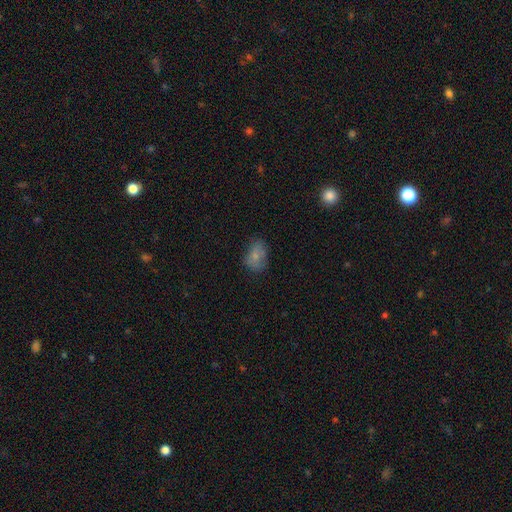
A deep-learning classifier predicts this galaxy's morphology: smooth 74%, featured or disk 15%, star or artifact 11%. Down the decision tree: how rounded — in between (80%); merging — none (61%).